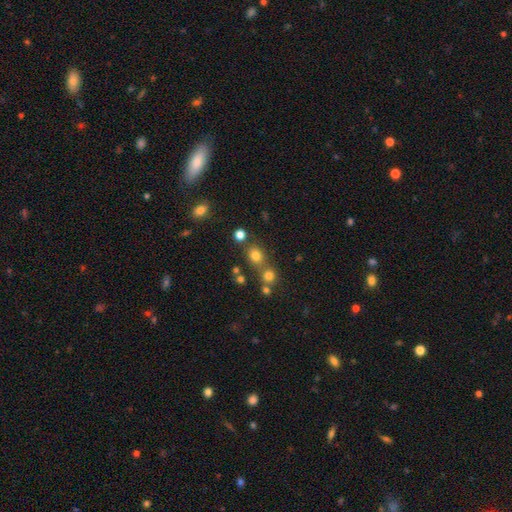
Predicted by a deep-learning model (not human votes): Smooth or featured? smooth (74%)
How rounded? round (74%)
Merging? none (62%)